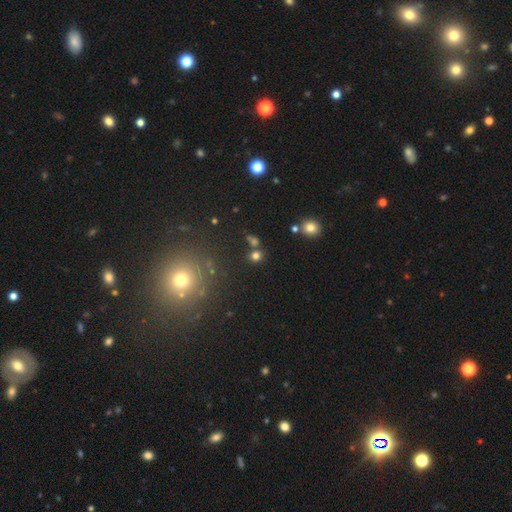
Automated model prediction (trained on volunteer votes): Smooth or featured: smooth — 72% (star or artifact — 20%)
How rounded: round — 77% (in between — 21%)
Merging: none — 70% (merger — 17%)